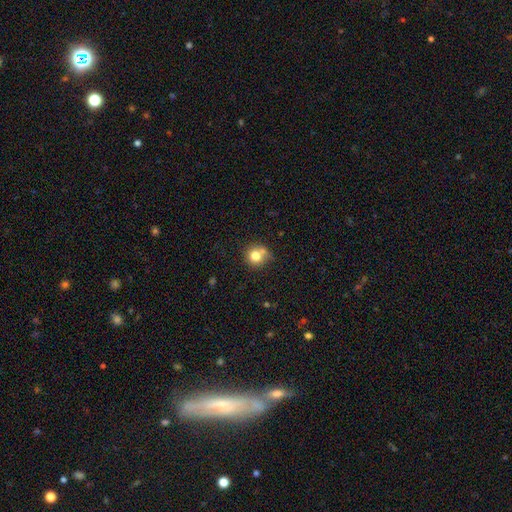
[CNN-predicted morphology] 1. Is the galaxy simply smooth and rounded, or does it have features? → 78% smooth, 11% star or artifact, 11% featured or disk.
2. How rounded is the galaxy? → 87% round, 12% in between, 1% cigar-shaped.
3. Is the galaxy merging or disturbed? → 58% none, 19% merger, 18% minor disturbance, 6% major disturbance.